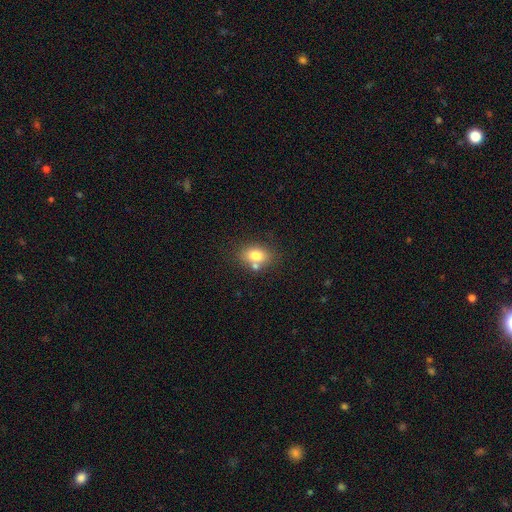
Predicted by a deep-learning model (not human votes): A smooth galaxy with no disk features (77%) that is in between round and cigar-shaped (64%). Merging: none (63%).